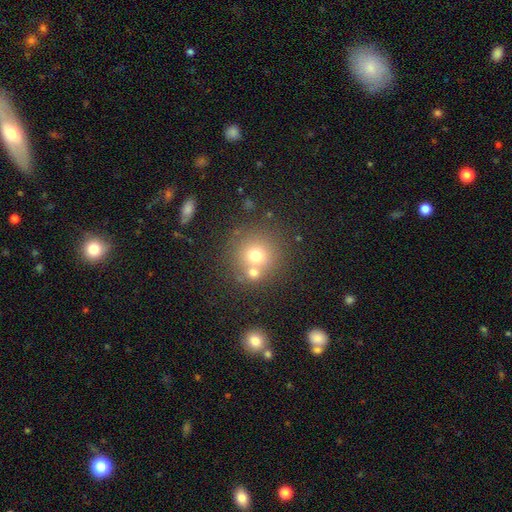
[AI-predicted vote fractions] Smooth or featured? smooth (68%)
How rounded? round (90%)
Merging? none (60%)